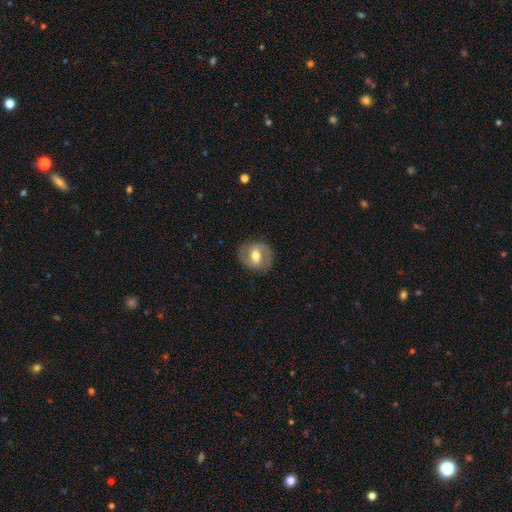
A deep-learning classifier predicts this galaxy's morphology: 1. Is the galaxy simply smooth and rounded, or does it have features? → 67% featured or disk, 26% smooth, 6% star or artifact.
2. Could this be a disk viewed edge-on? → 96% no, 4% yes.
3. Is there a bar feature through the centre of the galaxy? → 47% weak, 29% strong, 23% no.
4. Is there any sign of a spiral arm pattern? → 80% yes, 20% no.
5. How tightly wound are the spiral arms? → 50% medium, 31% tight, 19% loose.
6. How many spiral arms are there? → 87% 2, 7% can't tell, 2% 1, 1% 3, 1% 4, 1% more than 4.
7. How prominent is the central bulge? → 73% moderate, 14% small, 11% large, 1% none, 1% dominant.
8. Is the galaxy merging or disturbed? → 83% none, 11% minor disturbance, 4% major disturbance, 1% merger.